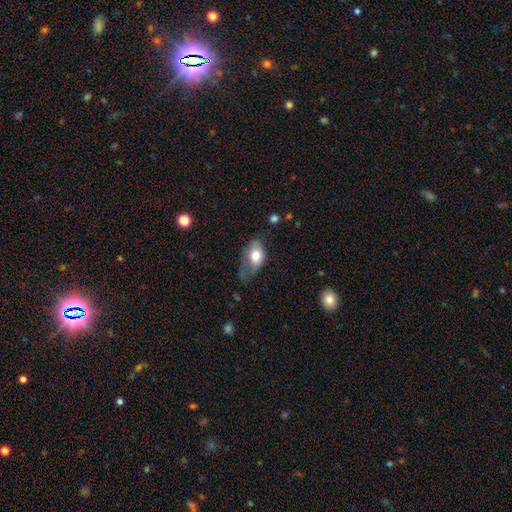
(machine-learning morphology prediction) Overall: smooth (72%). How rounded: in between (88%). Merging: minor disturbance (37%; major disturbance 34%).